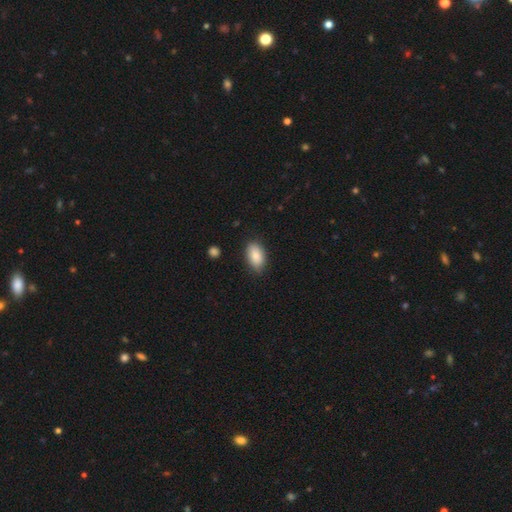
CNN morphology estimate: type=smooth (87%); roundness=in between (93%); merging=none (83%).